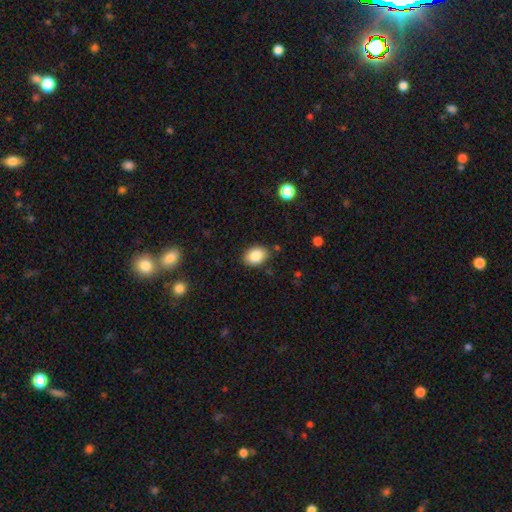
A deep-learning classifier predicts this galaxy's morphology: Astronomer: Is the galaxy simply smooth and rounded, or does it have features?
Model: smooth — 85%.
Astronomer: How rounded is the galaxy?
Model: in between — 78%.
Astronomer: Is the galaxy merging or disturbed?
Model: none — 85%.